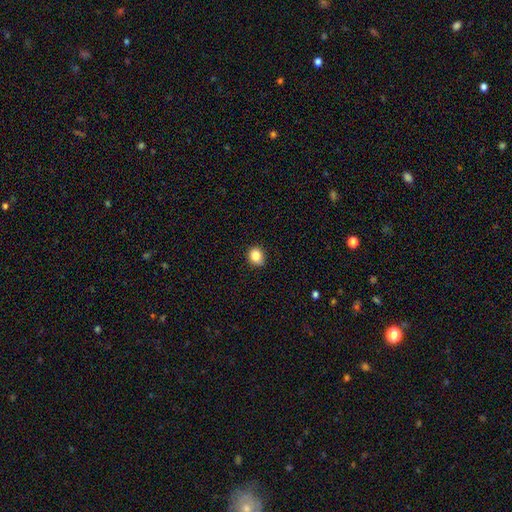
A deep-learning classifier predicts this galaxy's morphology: Overall: smooth (84%). How rounded: round (68%; in between 31%). Merging: none (86%).